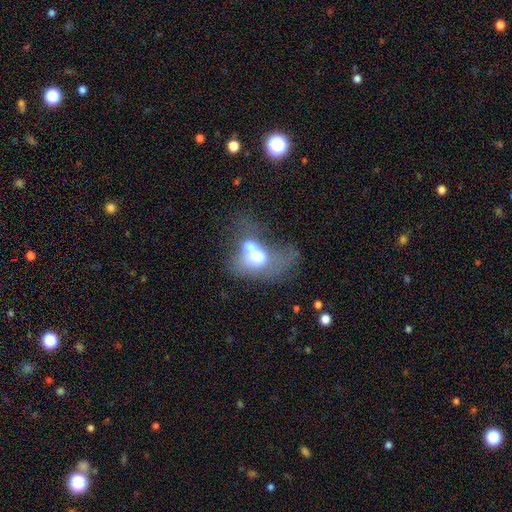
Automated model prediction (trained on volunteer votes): A smooth galaxy with no disk features (53%) that is in between round and cigar-shaped (70%). Merging: merger (54%).